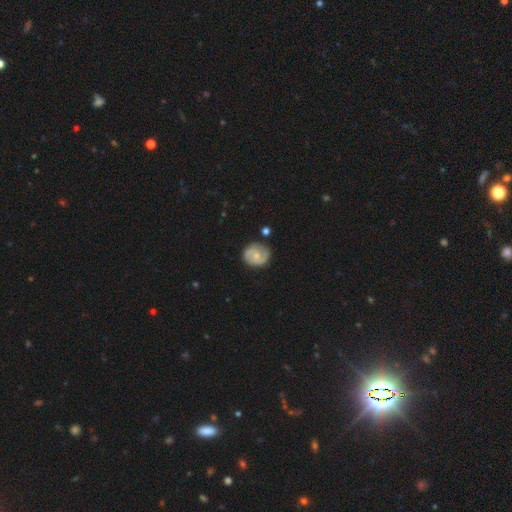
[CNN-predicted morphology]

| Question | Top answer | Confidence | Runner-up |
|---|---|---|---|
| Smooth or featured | featured or disk | 64% | smooth (29%) |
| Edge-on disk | no | 98% | yes (2%) |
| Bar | no | 60% | weak (35%) |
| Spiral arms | yes | 88% | no (12%) |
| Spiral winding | medium | 44% | tight (39%) |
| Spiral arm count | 2 | 78% | can't tell (12%) |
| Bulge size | small | 54% | moderate (38%) |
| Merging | none | 78% | minor disturbance (16%) |